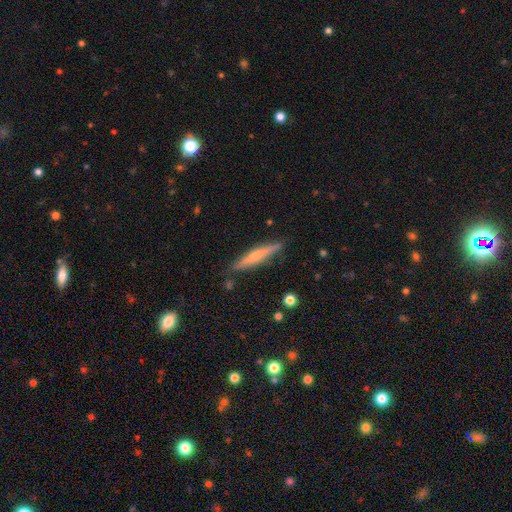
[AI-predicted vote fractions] Morphology: type=featured or disk (56%); edge-on=yes (95%); edge-on bulge=rounded (73%); merging=none (87%).